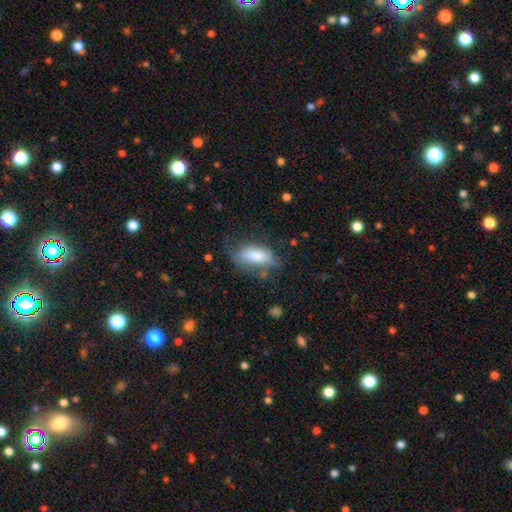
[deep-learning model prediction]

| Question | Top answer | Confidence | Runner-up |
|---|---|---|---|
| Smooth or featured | smooth | 75% | featured or disk (17%) |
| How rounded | in between | 83% | cigar-shaped (14%) |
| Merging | none | 55% | minor disturbance (28%) |